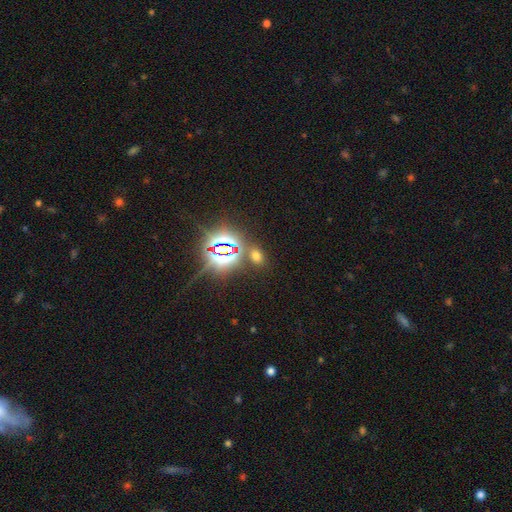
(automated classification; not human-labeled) smooth-or-featured: smooth: 48% | star or artifact: 45% | featured or disk: 7%
  merging: none: 80% | minor disturbance: 9% | merger: 7% | major disturbance: 4%